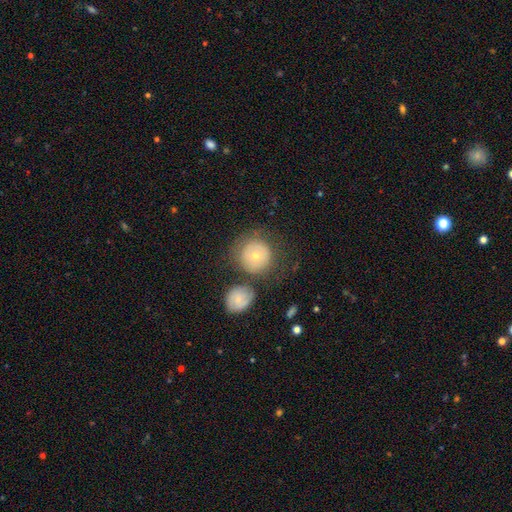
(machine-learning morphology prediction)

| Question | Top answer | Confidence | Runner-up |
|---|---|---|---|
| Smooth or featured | smooth | 61% | featured or disk (29%) |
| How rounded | round | 93% | in between (6%) |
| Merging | none | 67% | minor disturbance (15%) |